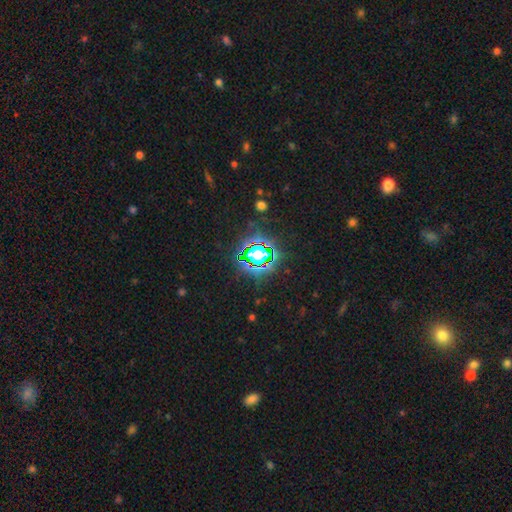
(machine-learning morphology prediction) Smooth or featured? Predicted: star or artifact (p=0.73).